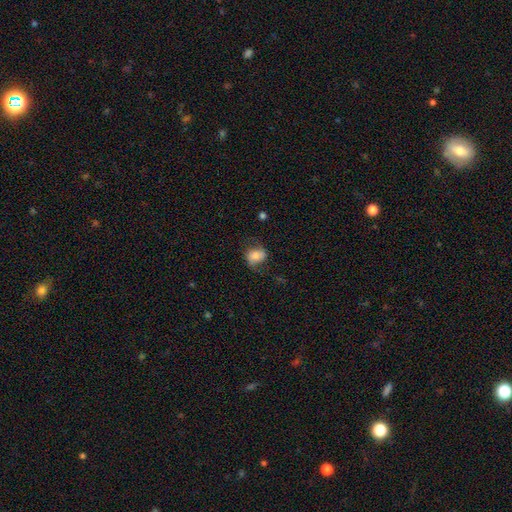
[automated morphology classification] Q: Smooth or featured?
A: smooth (62%); runner-up: featured or disk (28%)
Q: How rounded?
A: in between (56%); runner-up: round (43%)
Q: Merging?
A: none (61%); runner-up: minor disturbance (24%)